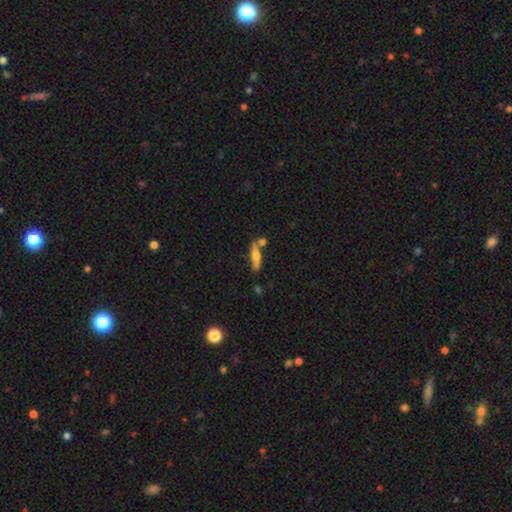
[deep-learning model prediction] smooth_or_featured: smooth (p=0.50) [alt: featured or disk p=0.42]
how_rounded: cigar-shaped (p=0.71) [alt: in between p=0.26]
merging: none (p=0.63) [alt: merger p=0.17]